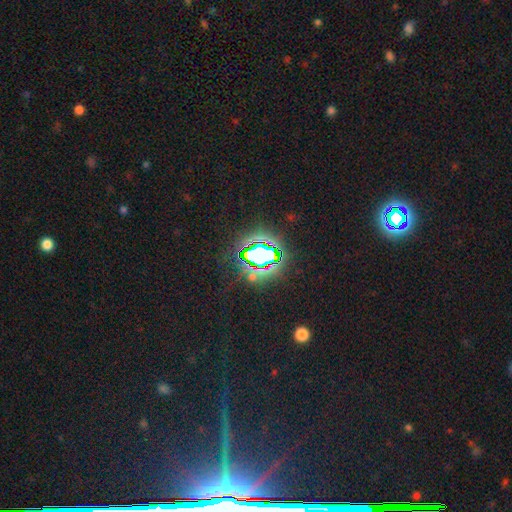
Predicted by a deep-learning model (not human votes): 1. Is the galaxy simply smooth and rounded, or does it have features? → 73% star or artifact, 16% smooth, 11% featured or disk.